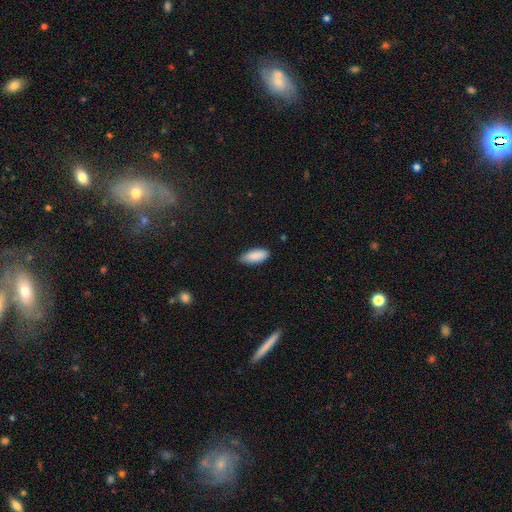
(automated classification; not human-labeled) This is clearly a smooth galaxy (89%). How rounded: clearly in between (85%). Merging: clearly none (84%).